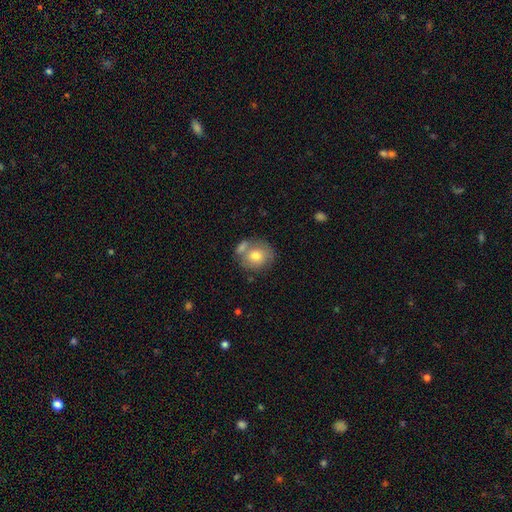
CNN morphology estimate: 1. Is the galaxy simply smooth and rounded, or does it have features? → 71% smooth, 21% featured or disk, 8% star or artifact.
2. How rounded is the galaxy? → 78% round, 21% in between, 1% cigar-shaped.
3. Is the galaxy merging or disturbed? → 49% none, 32% merger, 14% minor disturbance, 5% major disturbance.